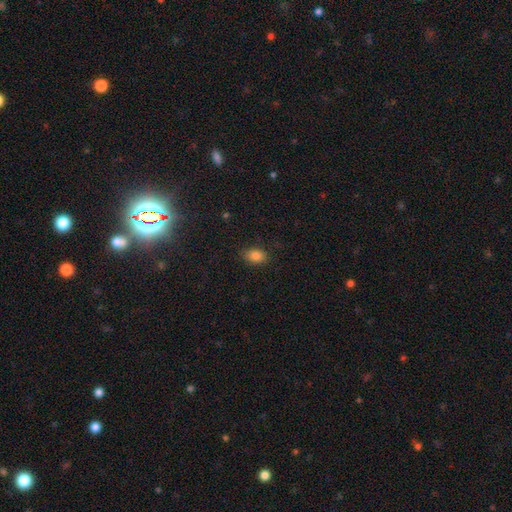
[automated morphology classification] Smooth or featured? Predicted: smooth (p=0.84). How rounded? Predicted: in between (p=0.80). Merging? Predicted: none (p=0.84).